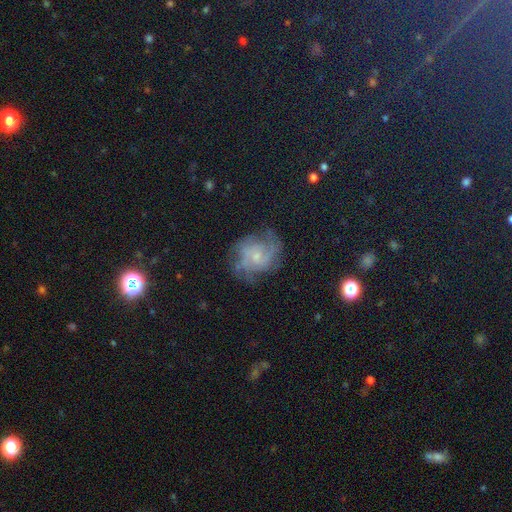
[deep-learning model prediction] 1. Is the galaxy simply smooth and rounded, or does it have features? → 71% featured or disk, 18% smooth, 11% star or artifact.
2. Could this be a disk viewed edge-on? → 98% no, 2% yes.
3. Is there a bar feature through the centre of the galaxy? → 67% no, 28% weak, 4% strong.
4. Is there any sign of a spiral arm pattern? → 88% yes, 12% no.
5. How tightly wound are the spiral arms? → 45% medium, 35% tight, 20% loose.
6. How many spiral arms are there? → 34% can't tell, 31% 2, 18% 3, 7% 4, 6% 1, 5% more than 4.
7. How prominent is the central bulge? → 64% small, 25% moderate, 8% none, 2% large, 1% dominant.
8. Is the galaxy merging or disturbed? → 63% none, 21% minor disturbance, 14% major disturbance, 2% merger.